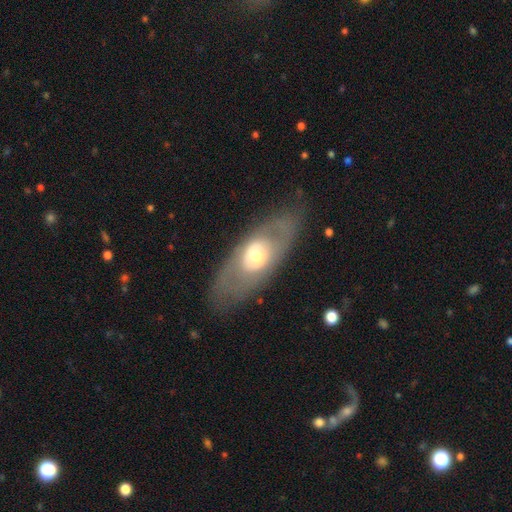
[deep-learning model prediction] Overall: featured or disk (53%; smooth 40%). Edge-on disk: no (82%). Merging: none (76%).